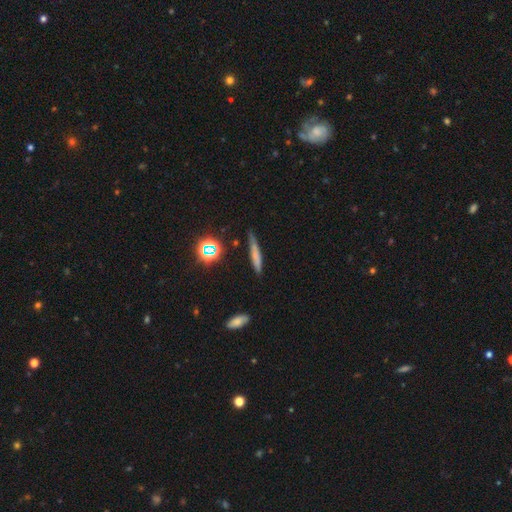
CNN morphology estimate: Overall: smooth (63%). How rounded: cigar-shaped (87%). Merging: none (70%).